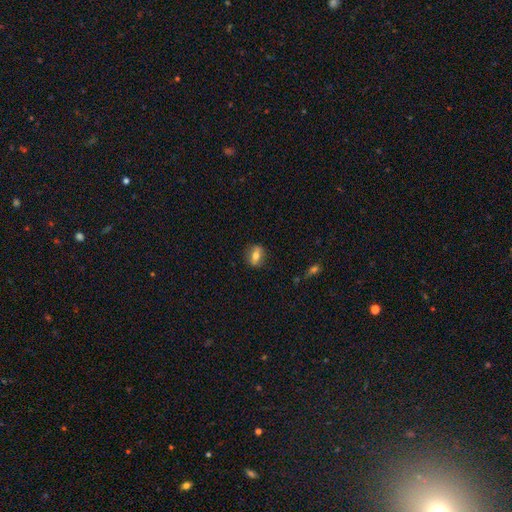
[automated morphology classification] This is likely a smooth galaxy (63%). How rounded: likely in between (61%). Merging: clearly none (85%).